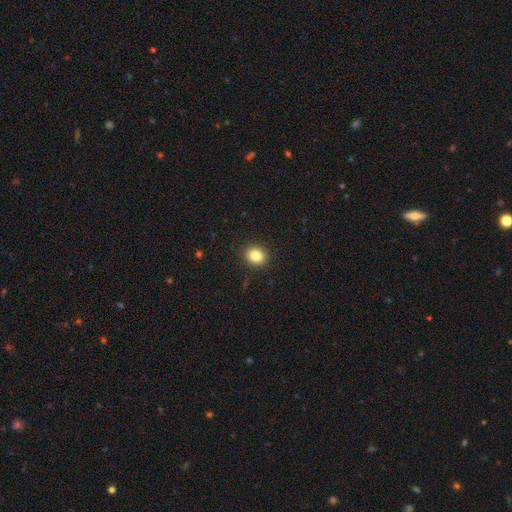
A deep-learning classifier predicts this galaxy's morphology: Smooth or featured? Predicted: smooth (p=0.84). How rounded? Predicted: round (p=0.70). Merging? Predicted: none (p=0.90).